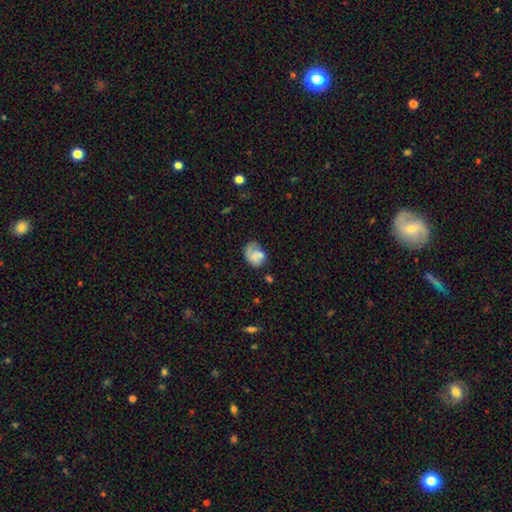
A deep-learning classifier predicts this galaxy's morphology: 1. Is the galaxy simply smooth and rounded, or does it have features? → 58% smooth, 32% featured or disk, 9% star or artifact.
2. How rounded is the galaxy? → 55% in between, 43% round, 1% cigar-shaped.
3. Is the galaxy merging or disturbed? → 39% none, 27% minor disturbance, 24% major disturbance, 10% merger.